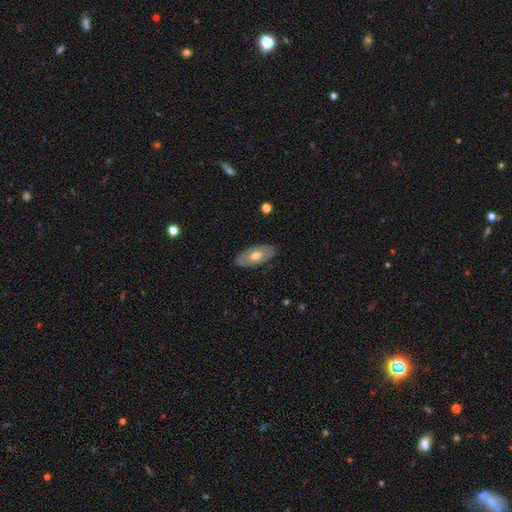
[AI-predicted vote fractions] smooth-or-featured: featured or disk: 52% | smooth: 42% | star or artifact: 6%
  disk-edge-on: no: 83% | yes: 17%
  merging: none: 85% | minor disturbance: 12% | major disturbance: 3% | merger: 1%